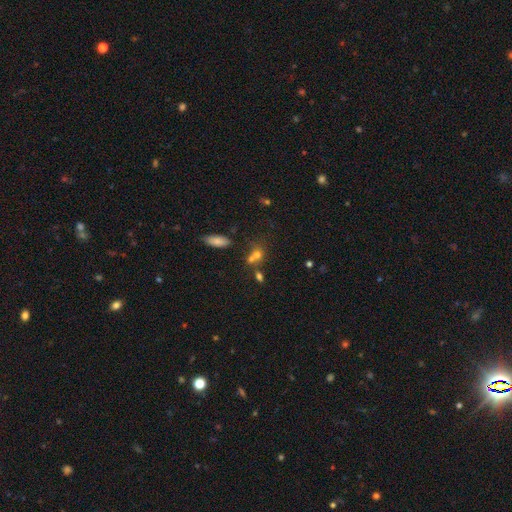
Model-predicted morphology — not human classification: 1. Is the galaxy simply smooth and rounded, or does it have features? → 66% smooth, 18% star or artifact, 17% featured or disk.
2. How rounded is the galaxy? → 57% round, 40% in between, 3% cigar-shaped.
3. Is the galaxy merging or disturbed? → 46% merger, 38% none, 10% minor disturbance, 6% major disturbance.